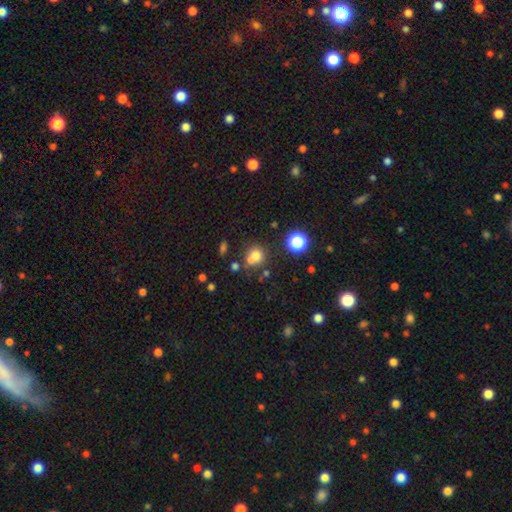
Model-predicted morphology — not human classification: smooth_or_featured: smooth (p=0.71) [alt: star or artifact p=0.17]
how_rounded: round (p=0.83) [alt: in between p=0.16]
merging: none (p=0.53) [alt: merger p=0.31]